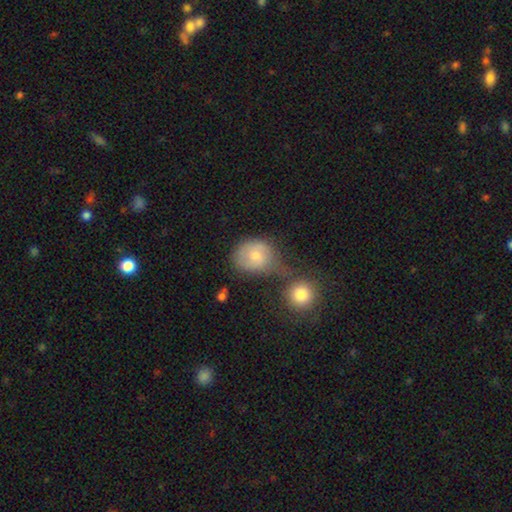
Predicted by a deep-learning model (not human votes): smooth-or-featured: smooth: 65% | featured or disk: 27% | star or artifact: 9%
  how-rounded: round: 63% | in between: 36% | cigar-shaped: 1%
  merging: none: 42% | merger: 28% | minor disturbance: 20% | major disturbance: 11%